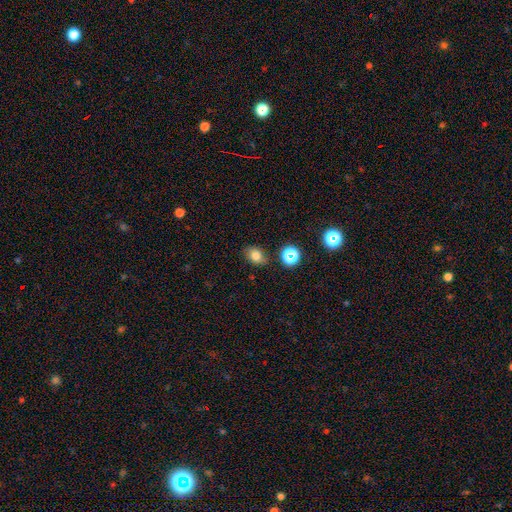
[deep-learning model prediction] The model was most divided on "how rounded": in between: 67%, round: 32%, cigar-shaped: 1%. More confident: merging — none (83%); smooth or featured — smooth (75%).